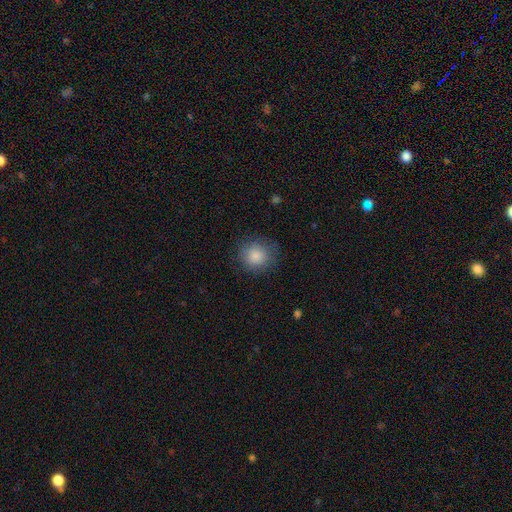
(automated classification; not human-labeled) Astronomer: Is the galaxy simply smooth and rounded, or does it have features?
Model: smooth — 85%.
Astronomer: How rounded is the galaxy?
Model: round — 90%.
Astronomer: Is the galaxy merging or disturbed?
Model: none — 83%.